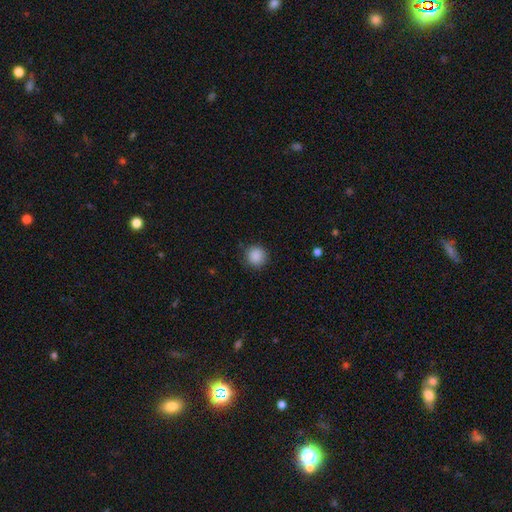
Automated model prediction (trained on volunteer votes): smooth-or-featured: smooth: 88% | star or artifact: 9% | featured or disk: 3%
  how-rounded: round: 93% | in between: 6% | cigar-shaped: 1%
  merging: none: 85% | minor disturbance: 11% | major disturbance: 3% | merger: 1%